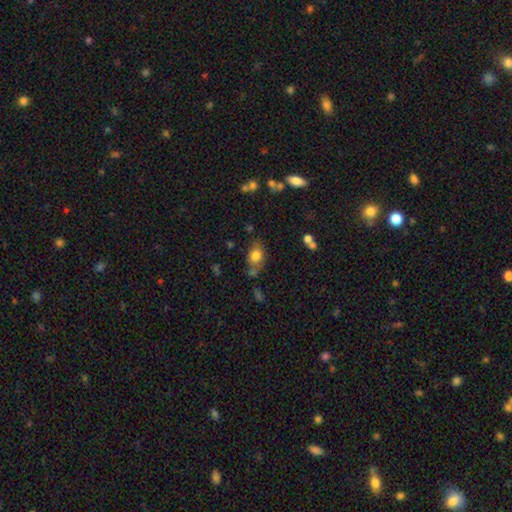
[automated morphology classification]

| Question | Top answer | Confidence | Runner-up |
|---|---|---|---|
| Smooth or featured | smooth | 79% | featured or disk (11%) |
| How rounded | in between | 70% | round (28%) |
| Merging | none | 60% | minor disturbance (20%) |